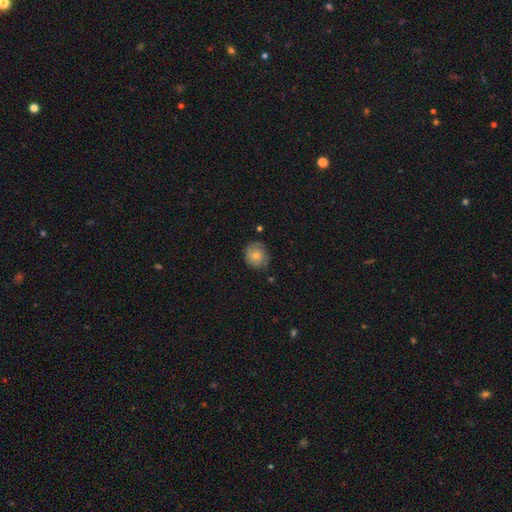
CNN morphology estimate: A smooth galaxy with no disk features (70%) that is round (85%). Merging: none (76%).